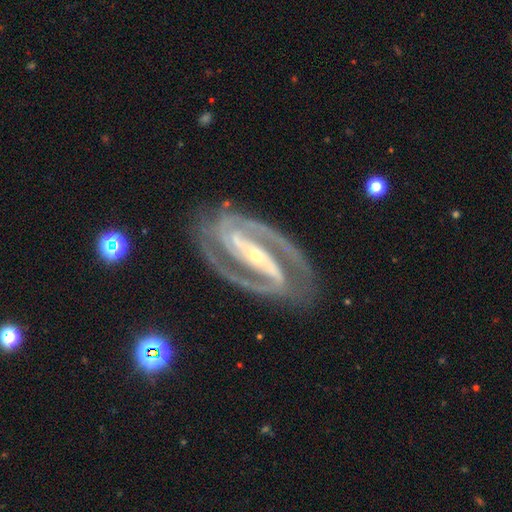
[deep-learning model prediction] This appears to be a featured or disk galaxy (93%) with a strong bar (79%), 2 (93%) tight (47%) spiral arms (98%) and a small central bulge (75%). Merging: none (84%).